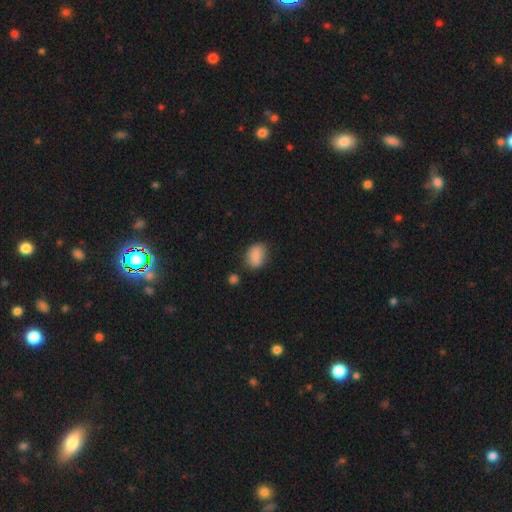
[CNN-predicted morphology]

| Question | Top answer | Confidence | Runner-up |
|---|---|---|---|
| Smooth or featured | smooth | 85% | star or artifact (9%) |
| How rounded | in between | 70% | round (28%) |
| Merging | none | 67% | minor disturbance (22%) |